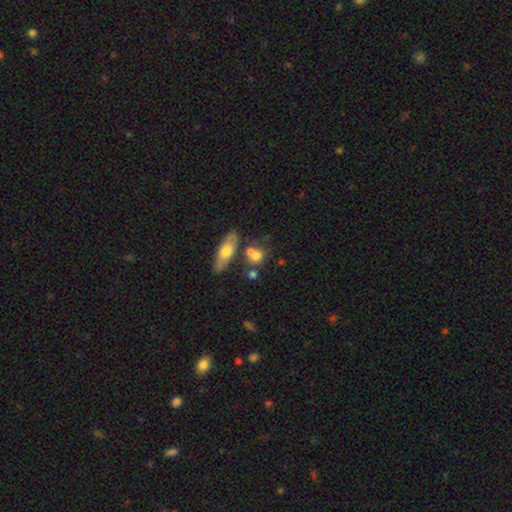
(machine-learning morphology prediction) A smooth galaxy with no disk features (69%) that is round (61%). Merging: none (49%).